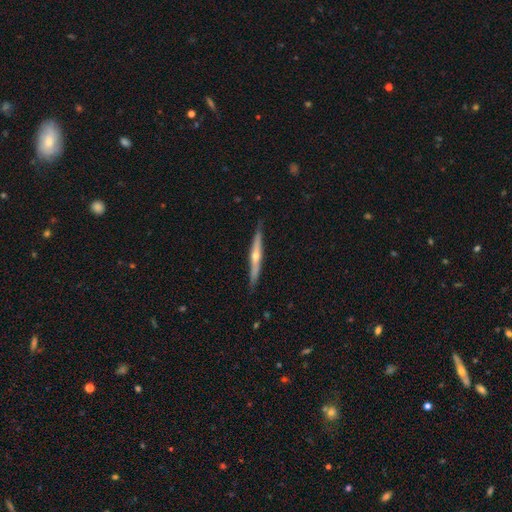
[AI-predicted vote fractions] Morphology: type=featured or disk (71%); edge-on=yes (97%); edge-on bulge=rounded (85%); merging=none (86%).